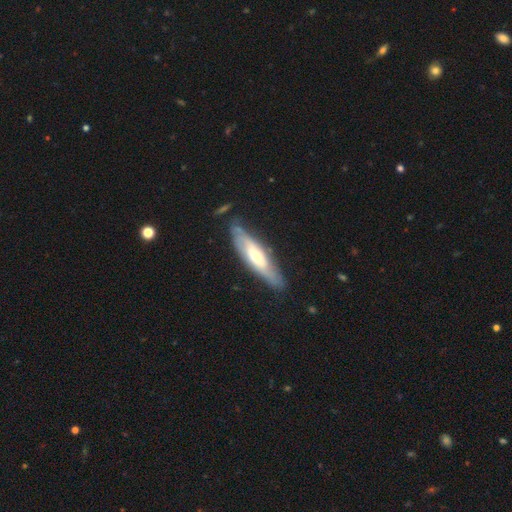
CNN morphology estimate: This is possibly a featured or disk galaxy (60%). It is possibly viewed edge-on (53%). Merging: likely none (73%).